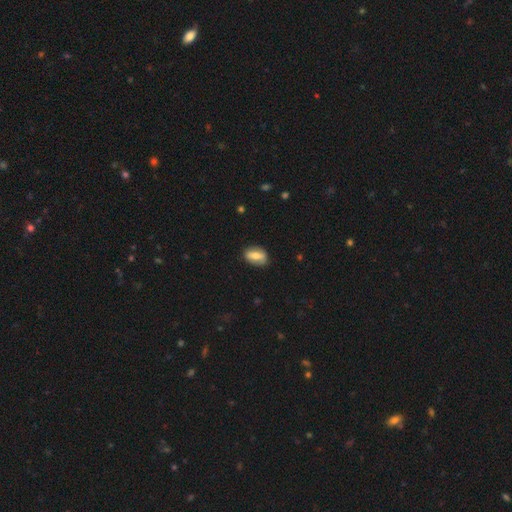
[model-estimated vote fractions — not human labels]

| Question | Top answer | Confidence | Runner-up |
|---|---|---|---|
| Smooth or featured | smooth | 61% | featured or disk (32%) |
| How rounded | in between | 84% | round (12%) |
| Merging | none | 83% | minor disturbance (13%) |